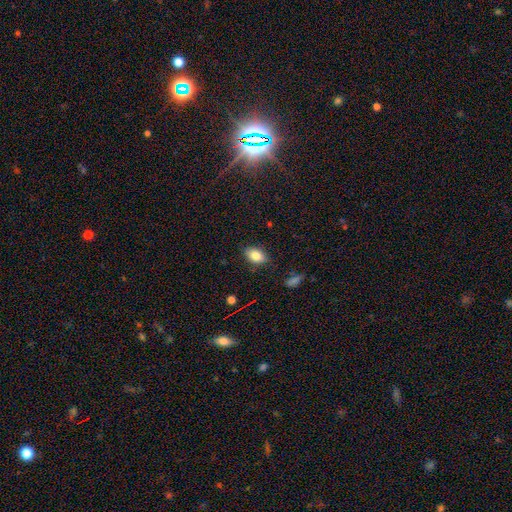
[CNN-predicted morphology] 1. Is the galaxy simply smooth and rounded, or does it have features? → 82% smooth, 9% featured or disk, 9% star or artifact.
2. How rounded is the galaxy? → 87% in between, 11% round, 2% cigar-shaped.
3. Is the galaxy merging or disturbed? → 83% none, 13% minor disturbance, 3% major disturbance, 2% merger.